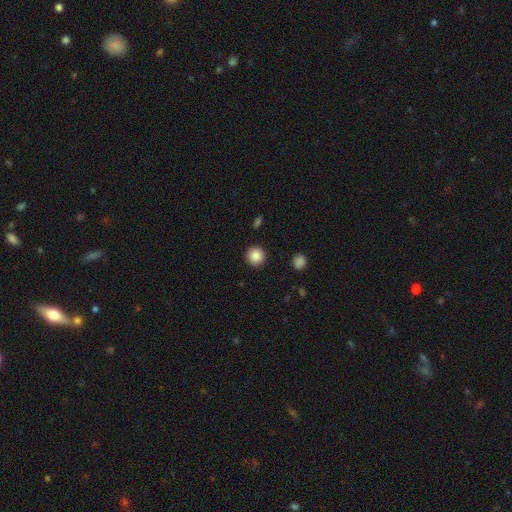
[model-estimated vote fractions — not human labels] A smooth galaxy with no disk features (87%) that is round (95%).

Vote fractions:
- Smooth or featured? smooth: 87% / star or artifact: 9% / featured or disk: 4%
- How rounded? round: 95% / in between: 4% / cigar-shaped: 1%
- Merging? none: 92% / minor disturbance: 5% / major disturbance: 2% / merger: 1%